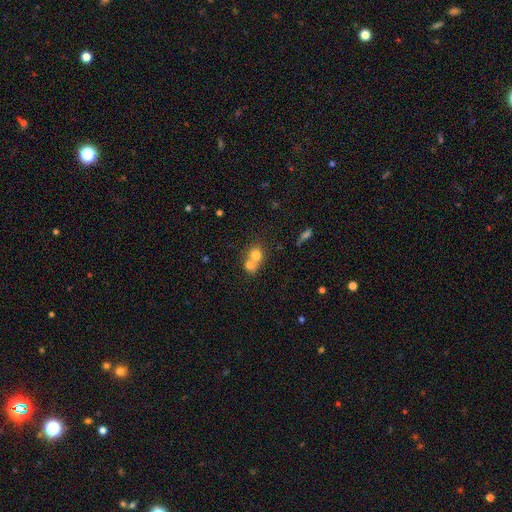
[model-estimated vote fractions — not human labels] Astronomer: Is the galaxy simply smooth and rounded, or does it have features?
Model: smooth — 74%.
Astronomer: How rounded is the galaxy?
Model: round — 71%.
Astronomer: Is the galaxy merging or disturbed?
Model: merger — 67%.